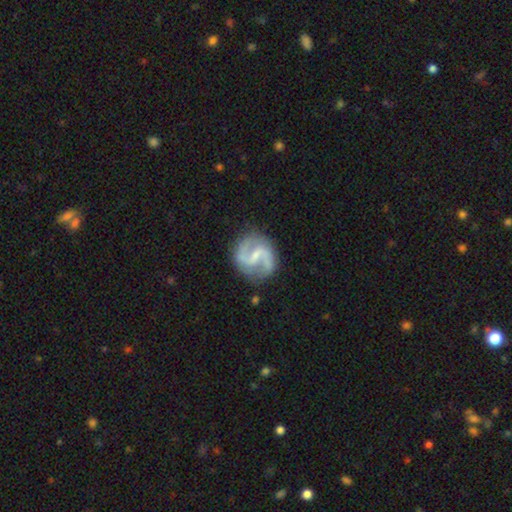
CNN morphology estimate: Q: Smooth or featured?
A: featured or disk (88%); runner-up: smooth (8%)
Q: Edge-on disk?
A: no (98%); runner-up: yes (2%)
Q: Bar?
A: weak (51%); runner-up: strong (30%)
Q: Spiral arms?
A: yes (96%); runner-up: no (4%)
Q: Spiral winding?
A: medium (53%); runner-up: loose (34%)
Q: Spiral arm count?
A: 2 (93%); runner-up: can't tell (2%)
Q: Bulge size?
A: small (57%); runner-up: moderate (21%)
Q: Merging?
A: none (80%); runner-up: minor disturbance (13%)